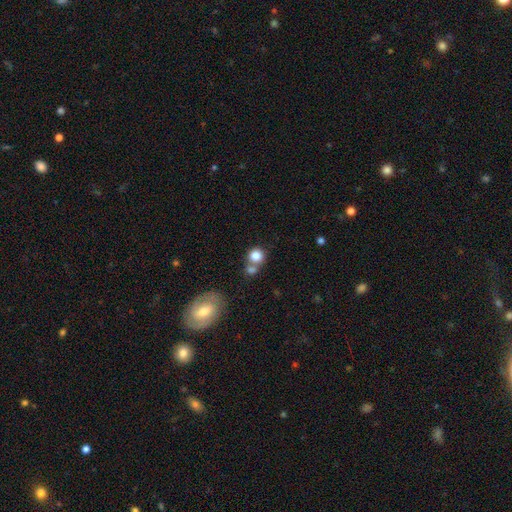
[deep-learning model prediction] A smooth galaxy with no disk features (82%) that is round (85%). Merging: none (51%).